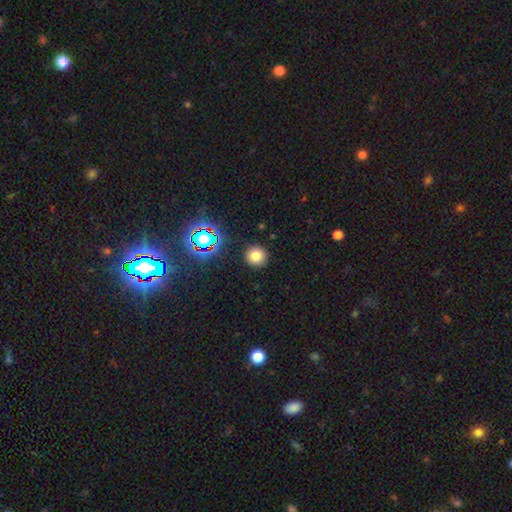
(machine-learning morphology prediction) Overall: smooth (76%). How rounded: round (94%). Merging: none (90%).